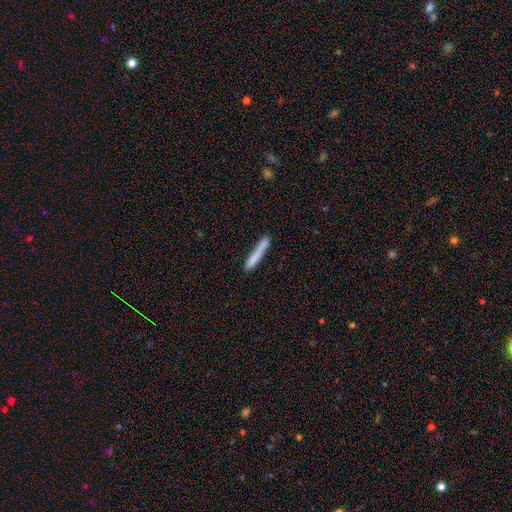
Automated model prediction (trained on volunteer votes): smooth 78%, featured or disk 16%, star or artifact 6%. Down the decision tree: how rounded — cigar-shaped (95%); merging — none (79%).